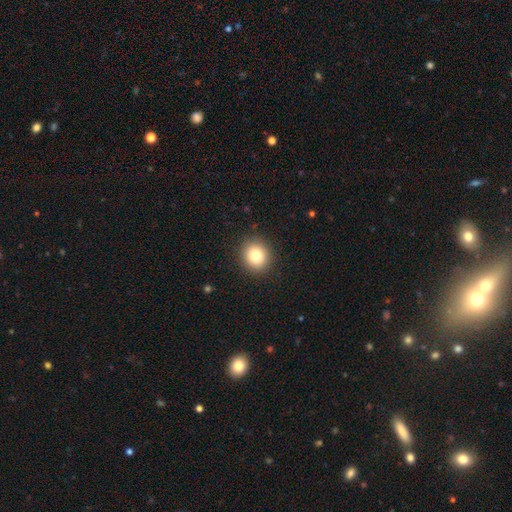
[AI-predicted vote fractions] The model was most divided on "how rounded": round: 84%, in between: 15%, cigar-shaped: 1%. More confident: merging — none (90%); smooth or featured — smooth (81%).